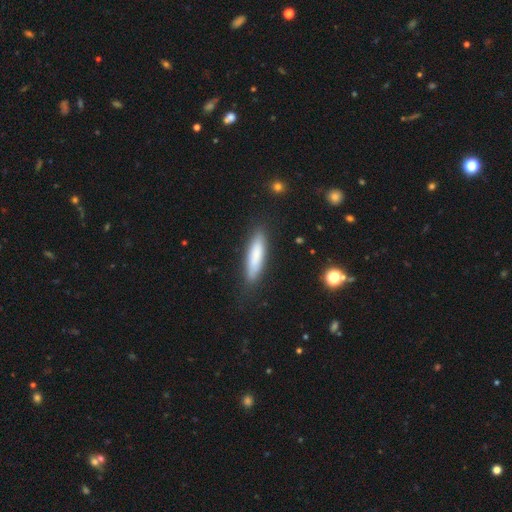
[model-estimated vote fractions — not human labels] smooth 78%, featured or disk 16%, star or artifact 6%. Down the decision tree: how rounded — cigar-shaped (77%); merging — none (84%).